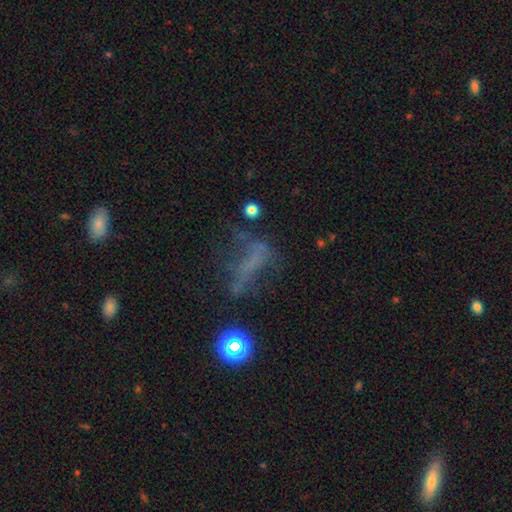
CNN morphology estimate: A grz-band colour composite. It shows a featured or disk galaxy (37%). Merging: none (40%).